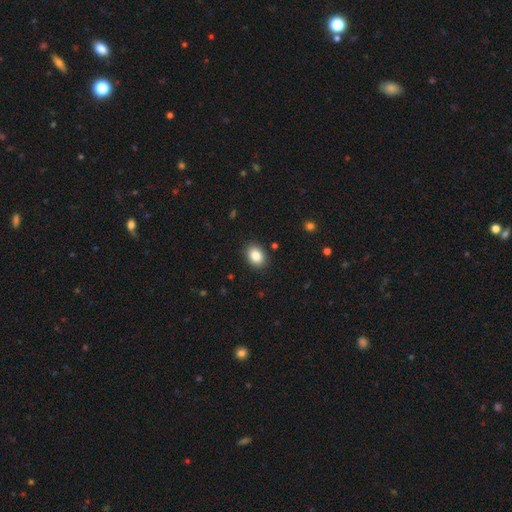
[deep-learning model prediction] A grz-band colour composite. It shows a smooth galaxy with no disk features (86%) that is in between round and cigar-shaped (64%). Merging: none (89%).